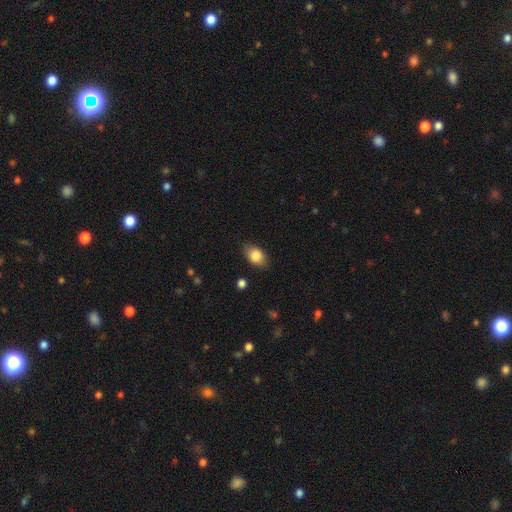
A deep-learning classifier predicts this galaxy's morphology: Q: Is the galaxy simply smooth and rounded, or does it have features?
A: smooth — 84%.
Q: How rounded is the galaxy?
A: in between — 86%.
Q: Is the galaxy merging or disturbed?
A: none — 82%.